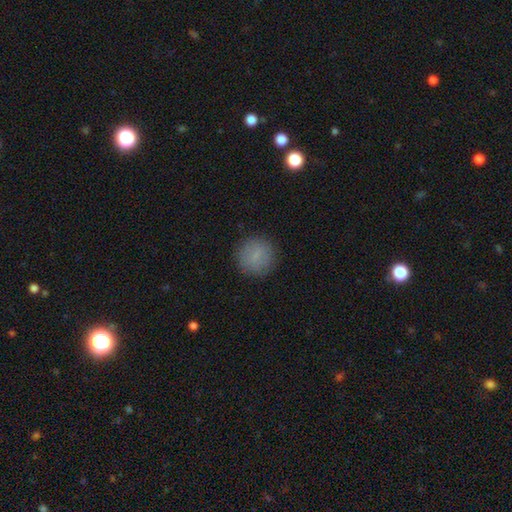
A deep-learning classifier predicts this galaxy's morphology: Smooth or featured?
  - smooth: 83% *
  - star or artifact: 9%
  - featured or disk: 9%
How rounded?
  - round: 93% *
  - in between: 6%
  - cigar-shaped: 1%
Merging?
  - none: 88% *
  - minor disturbance: 8%
  - major disturbance: 3%
  - merger: 1%